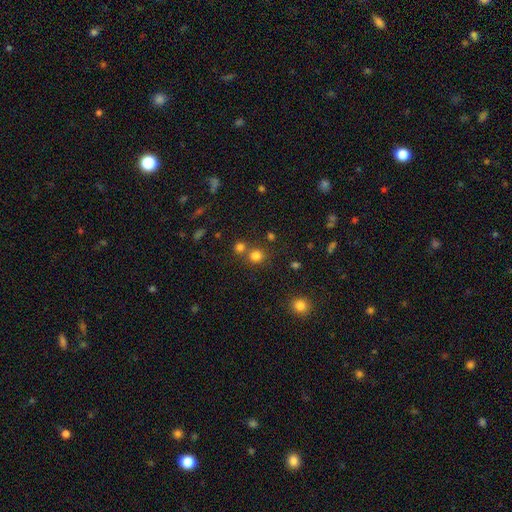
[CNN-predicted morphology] Overall: smooth (78%). How rounded: round (88%). Merging: none (67%).